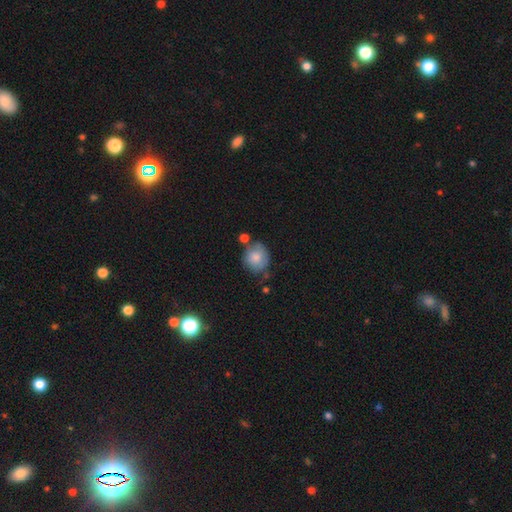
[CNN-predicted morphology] Smooth or featured?
  - smooth: 79% *
  - featured or disk: 14%
  - star or artifact: 7%
How rounded?
  - round: 83% *
  - in between: 16%
  - cigar-shaped: 1%
Merging?
  - none: 62% *
  - minor disturbance: 21%
  - merger: 12%
  - major disturbance: 5%